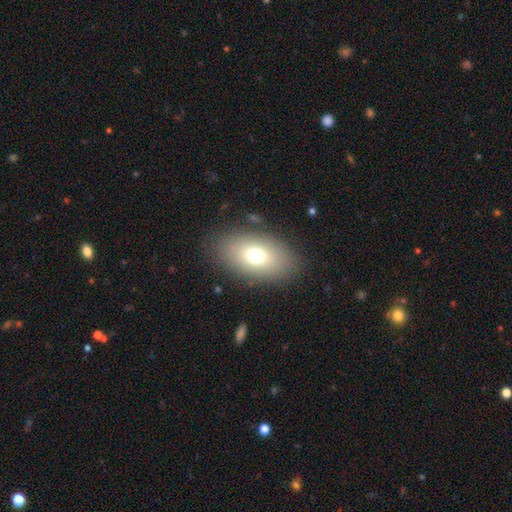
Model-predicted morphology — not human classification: This is likely a smooth galaxy (73%). How rounded: clearly in between (89%). Merging: clearly none (85%).